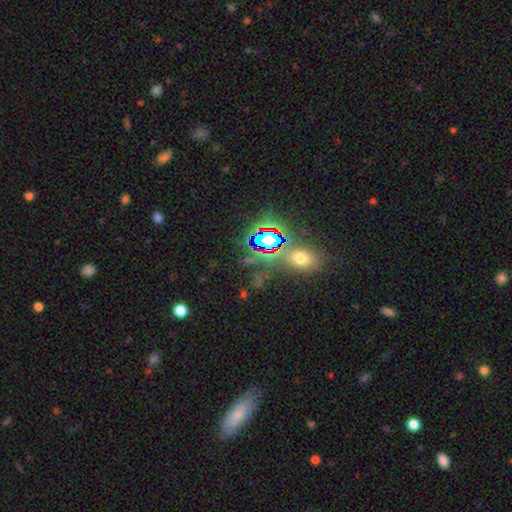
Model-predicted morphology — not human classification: Smooth or featured?
  - star or artifact: 74% *
  - smooth: 16%
  - featured or disk: 10%